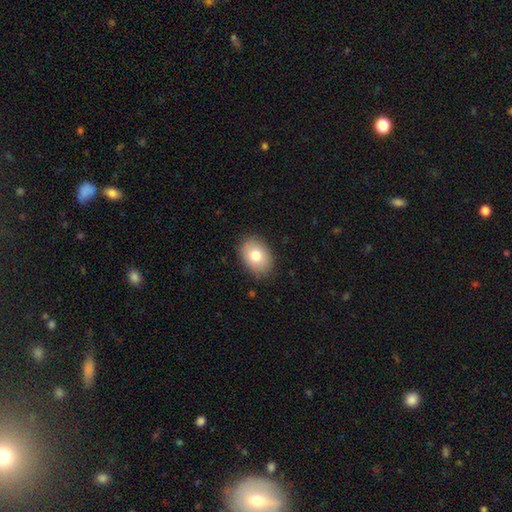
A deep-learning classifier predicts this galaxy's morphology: Smooth or featured?
  - smooth: 77% *
  - featured or disk: 15%
  - star or artifact: 8%
How rounded?
  - in between: 75% *
  - round: 24%
  - cigar-shaped: 1%
Merging?
  - none: 85% *
  - minor disturbance: 11%
  - major disturbance: 3%
  - merger: 1%